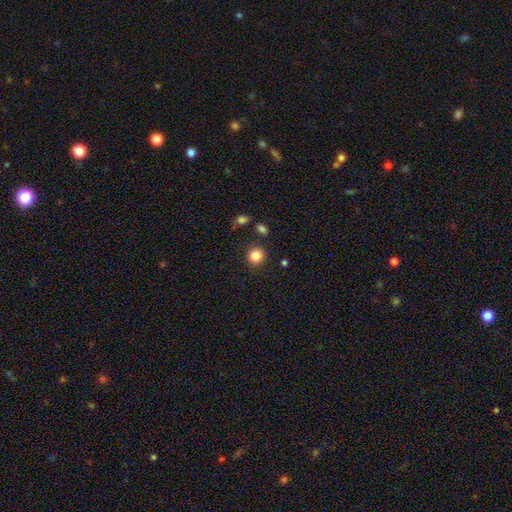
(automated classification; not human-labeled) smooth-or-featured: smooth: 85% | star or artifact: 10% | featured or disk: 4%
  how-rounded: round: 88% | in between: 11% | cigar-shaped: 1%
  merging: none: 87% | minor disturbance: 7% | merger: 3% | major disturbance: 3%